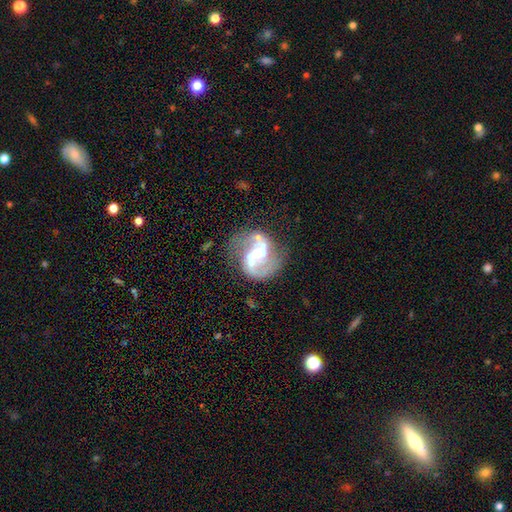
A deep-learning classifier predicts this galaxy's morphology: smooth-or-featured: featured or disk: 88% | smooth: 6% | star or artifact: 6%
  disk-edge-on: no: 98% | yes: 2%
    bar: weak: 45% | no: 36% | strong: 19%
    has-spiral-arms: yes: 96% | no: 4%
      spiral-winding: medium: 50% | loose: 39% | tight: 11%
      spiral-arm-count: 2: 91% | can't tell: 3% | 1: 2% | 3: 2% | 4: 1% | more than 4: 1%
    bulge-size: small: 49% | moderate: 30% | none: 15% | large: 4% | dominant: 1%
  merging: none: 65% | minor disturbance: 17% | major disturbance: 12% | merger: 6%